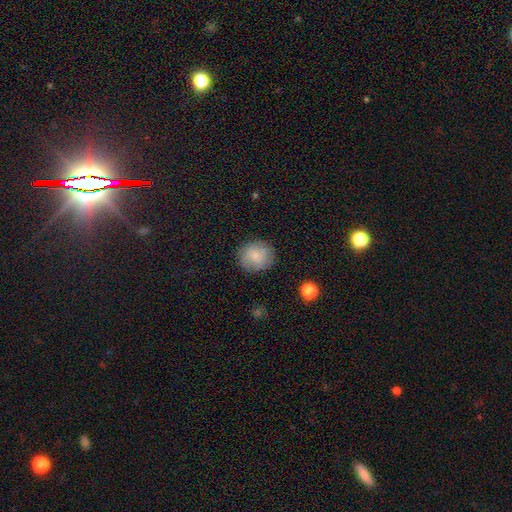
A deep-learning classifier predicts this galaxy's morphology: smooth_or_featured: smooth (p=0.77) [alt: featured or disk p=0.15]
how_rounded: round (p=0.78) [alt: in between p=0.21]
merging: none (p=0.84) [alt: minor disturbance p=0.11]